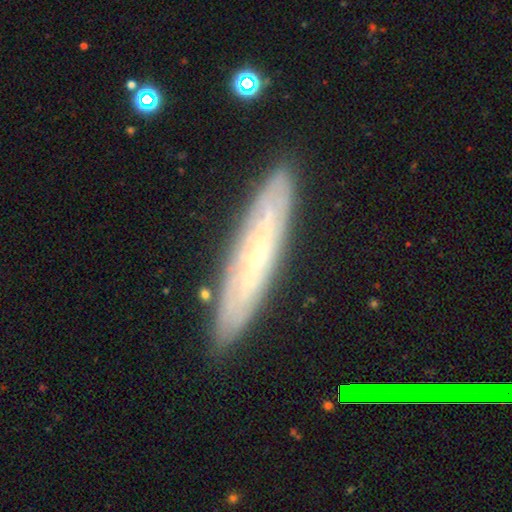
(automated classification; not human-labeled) Smooth or featured? Predicted: featured or disk (p=0.66). Edge-on disk? Predicted: yes (p=0.52). Merging? Predicted: none (p=0.87).